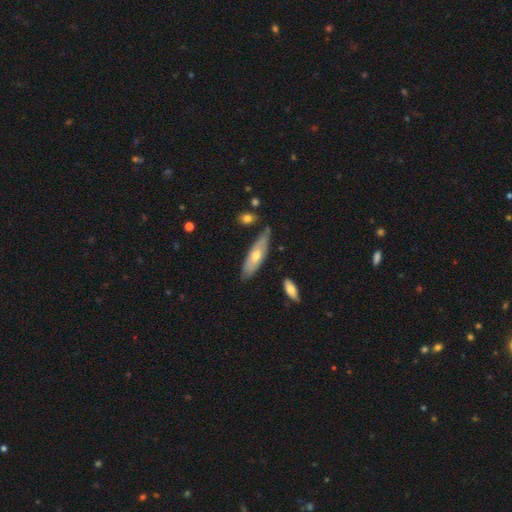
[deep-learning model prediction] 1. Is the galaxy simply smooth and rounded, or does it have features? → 51% smooth, 43% featured or disk, 6% star or artifact.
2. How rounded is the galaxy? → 51% in between, 47% cigar-shaped, 2% round.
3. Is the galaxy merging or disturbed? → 70% none, 22% minor disturbance, 4% merger, 4% major disturbance.